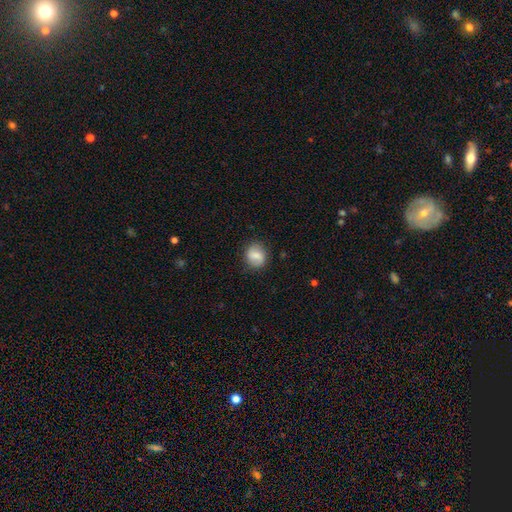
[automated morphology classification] smooth 67%, featured or disk 25%, star or artifact 8%. Down the decision tree: how rounded — round (76%); merging — none (83%).